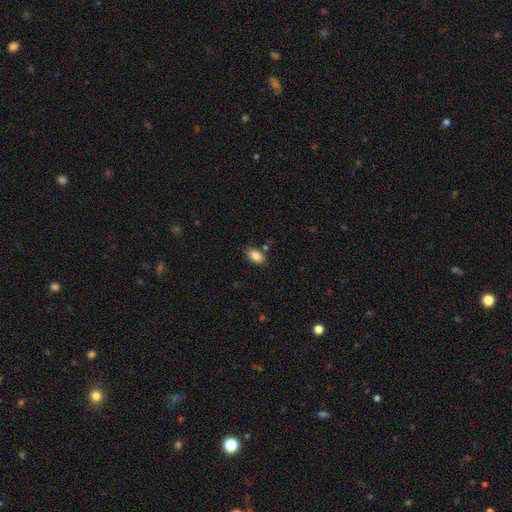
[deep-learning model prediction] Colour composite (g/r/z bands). It shows a smooth galaxy with no disk features (86%) that is in between round and cigar-shaped (91%). Merging: none (78%).